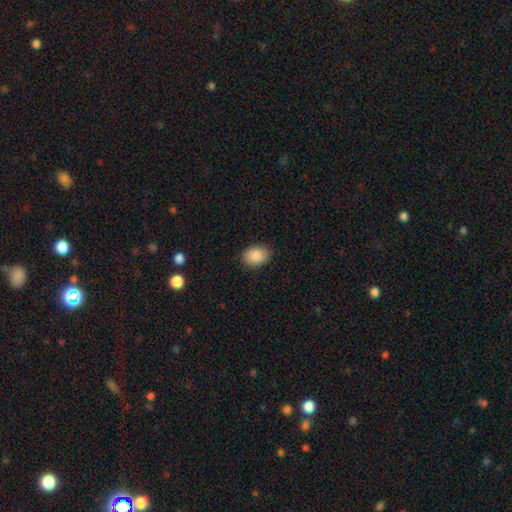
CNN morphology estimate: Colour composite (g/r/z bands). It shows a smooth galaxy with no disk features (89%) that is in between round and cigar-shaped (69%). Merging: none (87%).